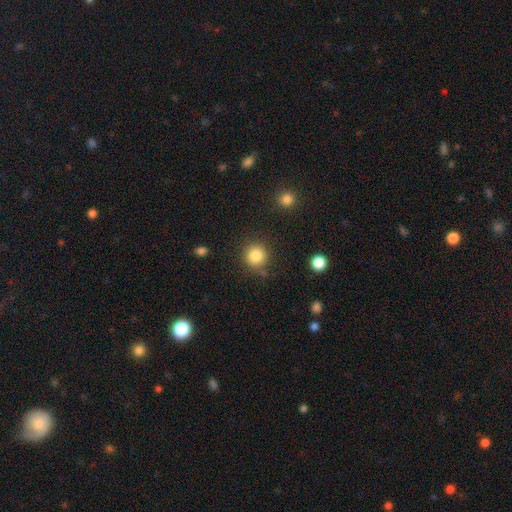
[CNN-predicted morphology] This is clearly a smooth galaxy (85%). How rounded: clearly round (93%). Merging: clearly none (83%).